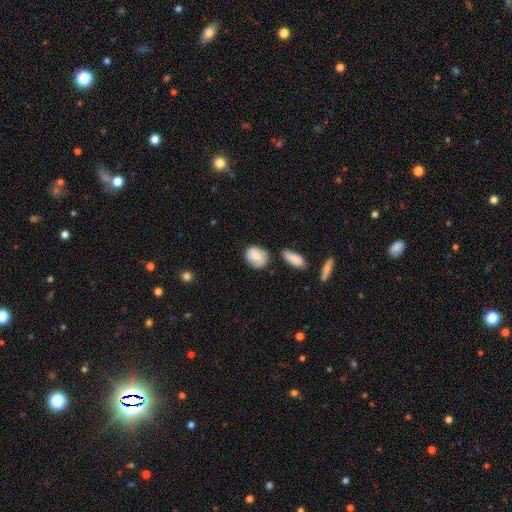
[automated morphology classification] A smooth galaxy with no disk features (71%) that is round (56%). Merging: none (61%).